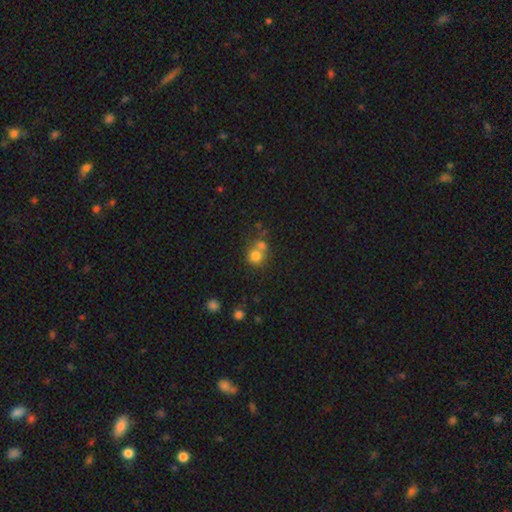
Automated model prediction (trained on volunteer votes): A smooth galaxy with no disk features (75%) that is round (84%).

Vote fractions:
- Smooth or featured? smooth: 75% / star or artifact: 13% / featured or disk: 12%
- How rounded? round: 84% / in between: 15% / cigar-shaped: 1%
- Merging? merger: 47% / none: 42% / minor disturbance: 8% / major disturbance: 4%